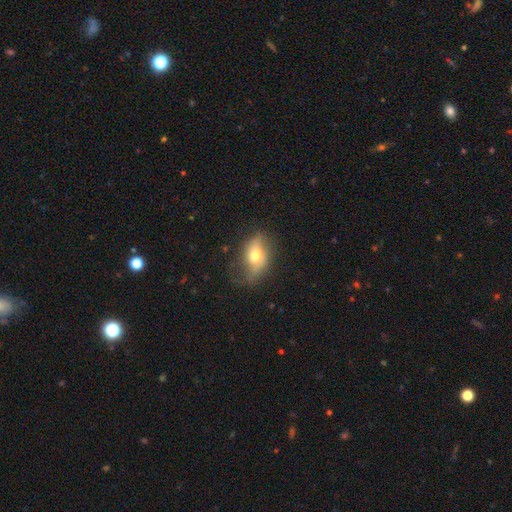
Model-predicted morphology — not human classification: Smooth or featured? Predicted: smooth (p=0.59). How rounded? Predicted: in between (p=0.81). Merging? Predicted: none (p=0.56).